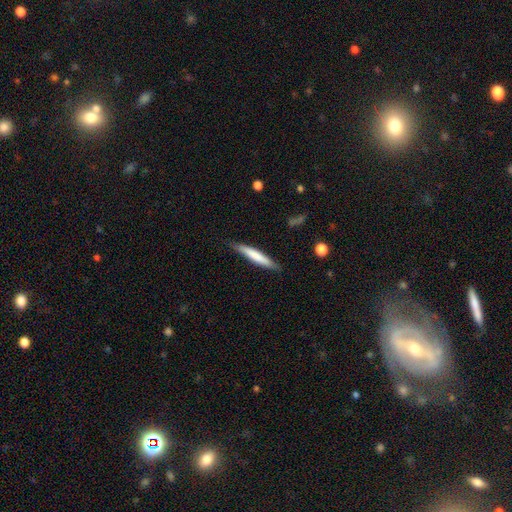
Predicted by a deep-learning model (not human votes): Q: Smooth or featured?
A: smooth (70%); runner-up: featured or disk (24%)
Q: How rounded?
A: cigar-shaped (92%); runner-up: in between (6%)
Q: Merging?
A: none (83%); runner-up: minor disturbance (14%)